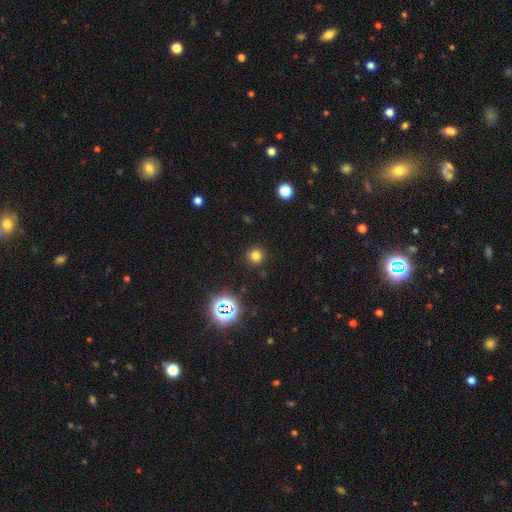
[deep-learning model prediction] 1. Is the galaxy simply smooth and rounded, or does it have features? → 73% smooth, 21% star or artifact, 6% featured or disk.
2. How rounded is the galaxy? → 94% round, 5% in between, 1% cigar-shaped.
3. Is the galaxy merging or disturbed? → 90% none, 6% minor disturbance, 2% major disturbance, 2% merger.